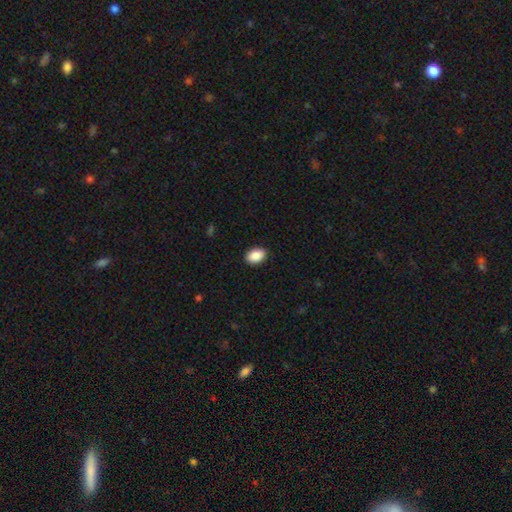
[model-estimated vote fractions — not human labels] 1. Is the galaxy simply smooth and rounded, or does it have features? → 90% smooth, 7% star or artifact, 3% featured or disk.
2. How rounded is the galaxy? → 87% in between, 12% round, 1% cigar-shaped.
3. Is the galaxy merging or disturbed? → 90% none, 7% minor disturbance, 2% major disturbance, 1% merger.